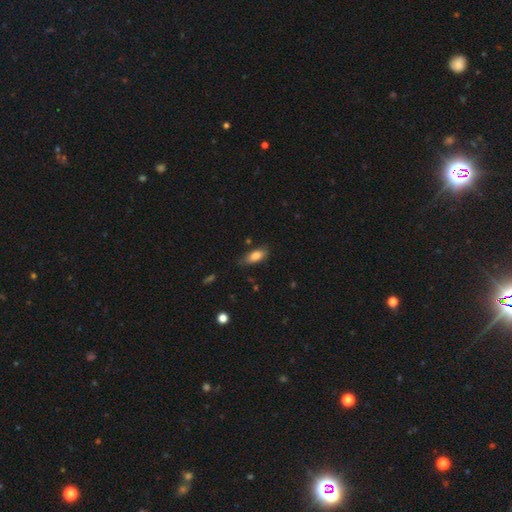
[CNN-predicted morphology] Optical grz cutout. It shows a smooth galaxy with no disk features (80%) that is in between round and cigar-shaped (80%). Merging: none (68%).